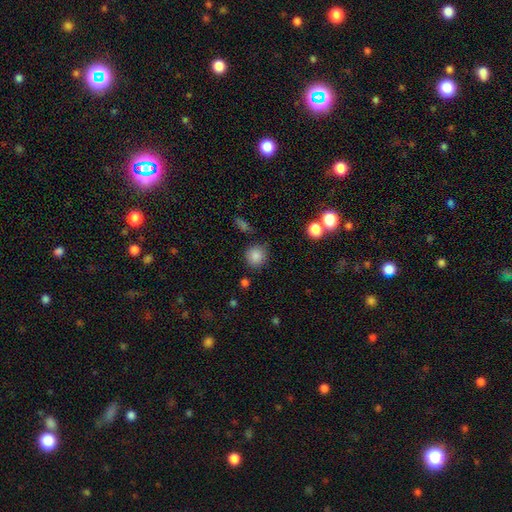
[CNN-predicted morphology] smooth 85%, star or artifact 10%, featured or disk 5%. Down the decision tree: how rounded — round (91%); merging — none (82%).